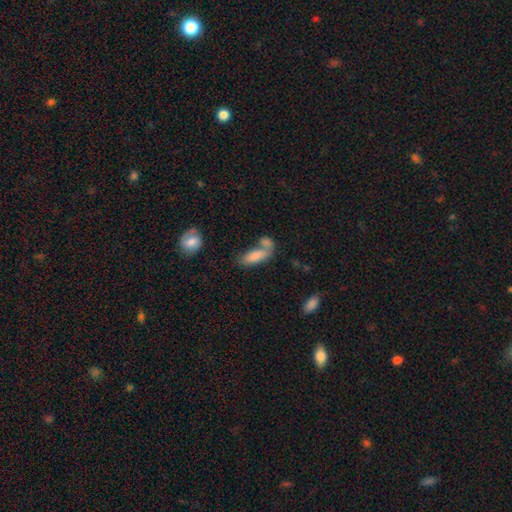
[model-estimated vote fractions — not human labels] This is clearly a smooth galaxy (81%). How rounded: likely in between (73%). Merging: possibly merger (45%).